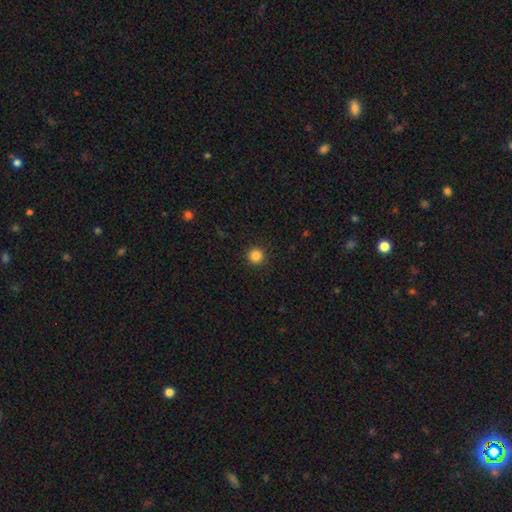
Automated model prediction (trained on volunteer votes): smooth-or-featured: smooth: 85% | star or artifact: 12% | featured or disk: 4%
  how-rounded: round: 96% | in between: 3% | cigar-shaped: 1%
  merging: none: 92% | minor disturbance: 5% | major disturbance: 2% | merger: 1%